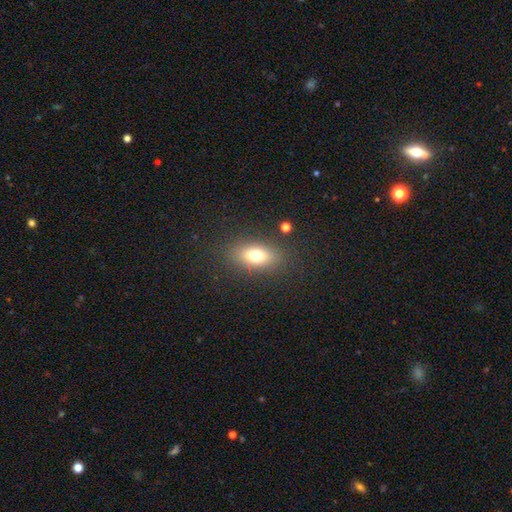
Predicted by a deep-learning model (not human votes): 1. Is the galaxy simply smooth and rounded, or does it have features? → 73% smooth, 16% featured or disk, 11% star or artifact.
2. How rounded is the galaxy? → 80% in between, 12% round, 8% cigar-shaped.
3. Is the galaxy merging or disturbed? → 83% none, 10% minor disturbance, 4% major disturbance, 2% merger.